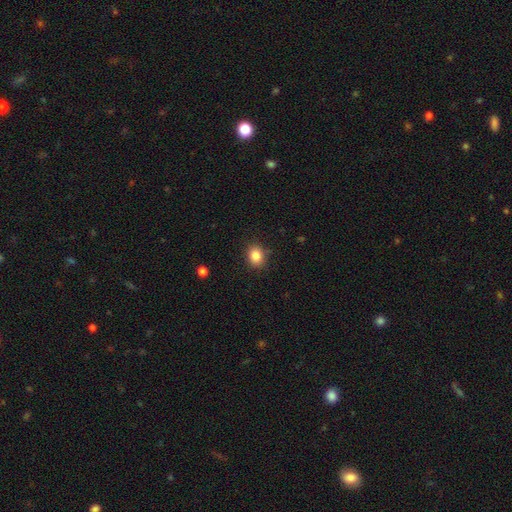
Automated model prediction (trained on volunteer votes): A smooth galaxy with no disk features (85%) that is round (54%).

Vote fractions:
- Smooth or featured? smooth: 85% / star or artifact: 10% / featured or disk: 5%
- How rounded? round: 54% / in between: 45% / cigar-shaped: 1%
- Merging? none: 88% / minor disturbance: 9% / major disturbance: 2% / merger: 1%